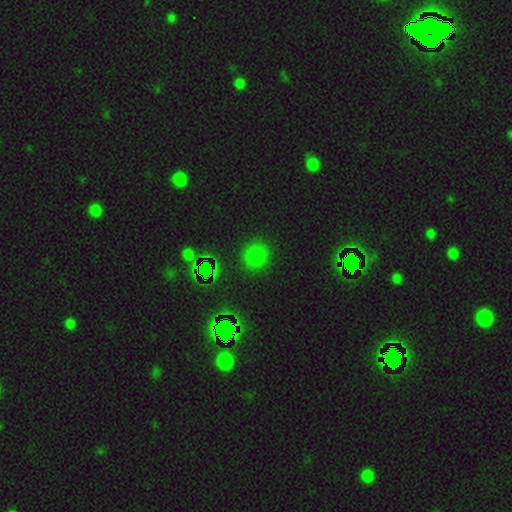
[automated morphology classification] smooth_or_featured: smooth (p=0.66) [alt: star or artifact p=0.28]
how_rounded: round (p=0.90) [alt: in between p=0.09]
merging: none (p=0.88) [alt: minor disturbance p=0.07]